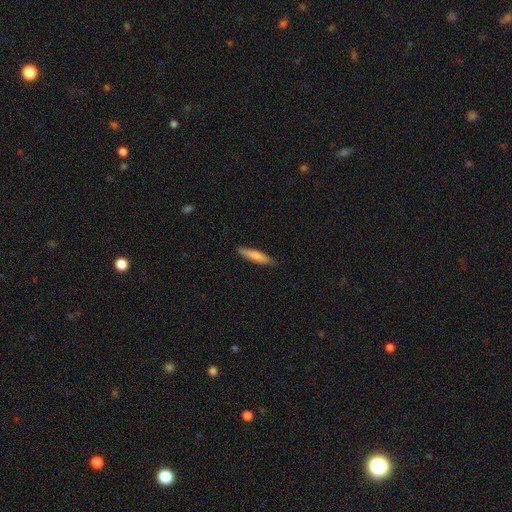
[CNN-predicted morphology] The model was most divided on "smooth or featured": smooth: 77%, featured or disk: 18%, star or artifact: 6%. More confident: how rounded — cigar-shaped (85%); merging — none (85%).